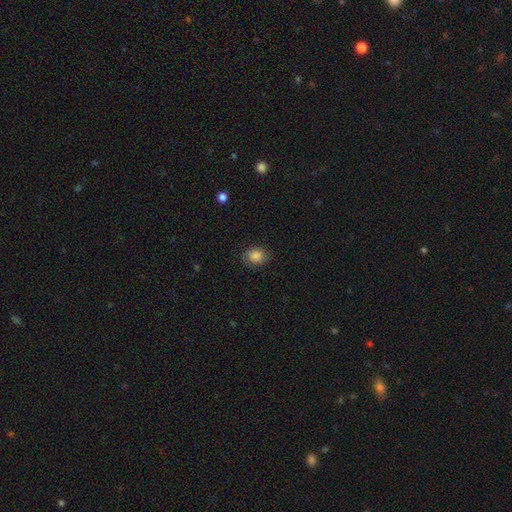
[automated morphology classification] This appears to be a smooth galaxy with no disk features (82%) that is round (52%). Merging: none (79%).